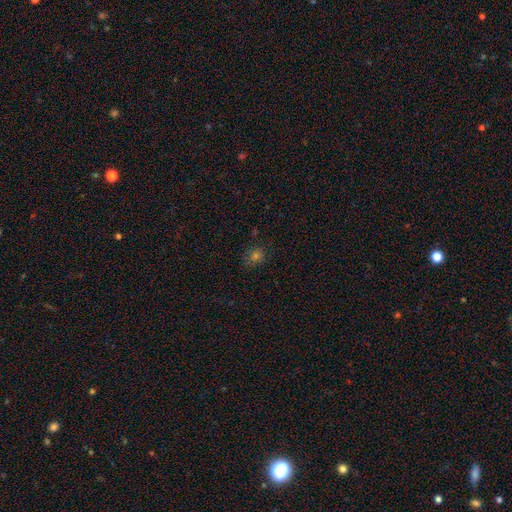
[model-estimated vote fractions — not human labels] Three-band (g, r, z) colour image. It shows a smooth galaxy with no disk features (66%) that is round (65%). Merging: none (78%).